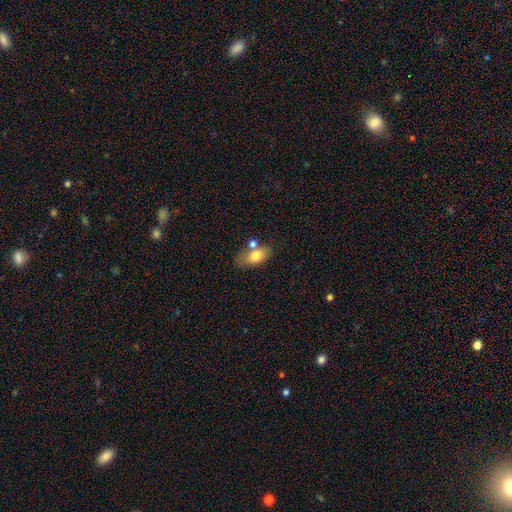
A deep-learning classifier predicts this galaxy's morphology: Overall: smooth (76%). How rounded: in between (88%). Merging: none (52%; merger 24%).